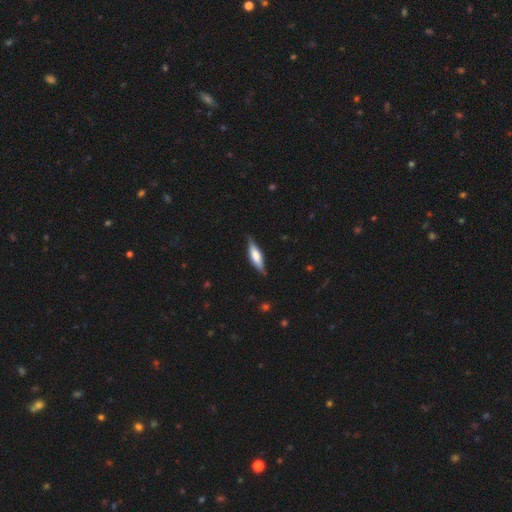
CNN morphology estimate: Smooth or featured? Predicted: smooth (p=0.54). How rounded? Predicted: cigar-shaped (p=0.62). Merging? Predicted: none (p=0.83).